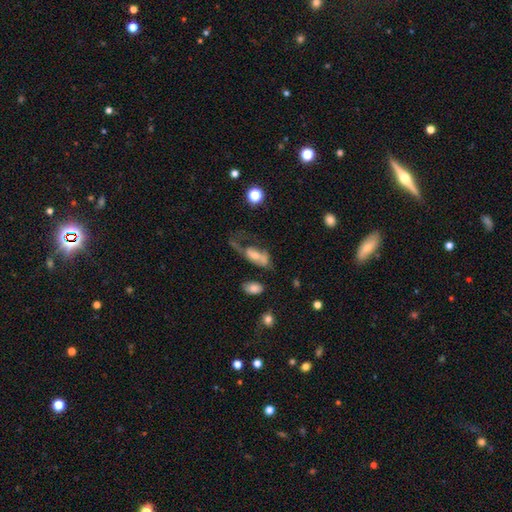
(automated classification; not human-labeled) Smooth or featured?
  - smooth: 46% *
  - featured or disk: 44%
  - star or artifact: 10%
Merging?
  - major disturbance: 51% *
  - none: 20%
  - minor disturbance: 17%
  - merger: 13%